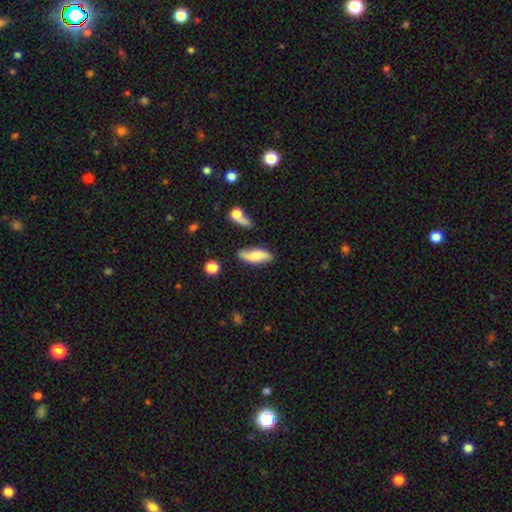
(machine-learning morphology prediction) Smooth or featured? Predicted: smooth (p=0.55). How rounded? Predicted: in between (p=0.66). Merging? Predicted: none (p=0.75).